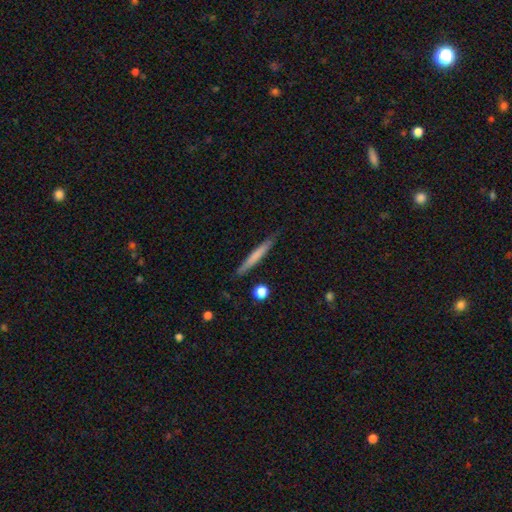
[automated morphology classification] smooth_or_featured: smooth (p=0.64) [alt: featured or disk p=0.30]
how_rounded: cigar-shaped (p=0.96) [alt: in between p=0.03]
merging: none (p=0.86) [alt: minor disturbance p=0.11]